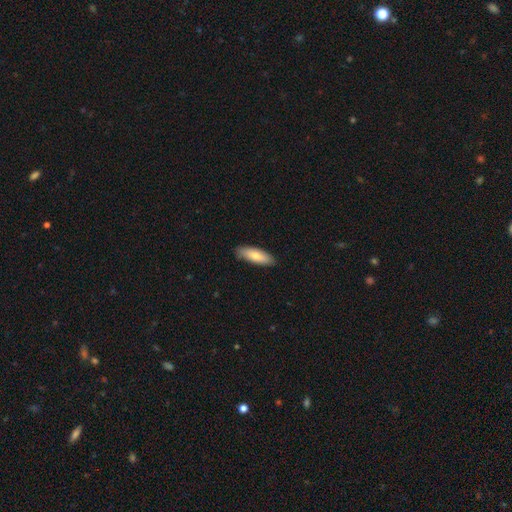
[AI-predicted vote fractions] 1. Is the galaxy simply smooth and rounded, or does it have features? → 75% smooth, 19% featured or disk, 6% star or artifact.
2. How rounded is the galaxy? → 57% in between, 41% cigar-shaped, 2% round.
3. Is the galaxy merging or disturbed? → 87% none, 11% minor disturbance, 2% major disturbance, 1% merger.